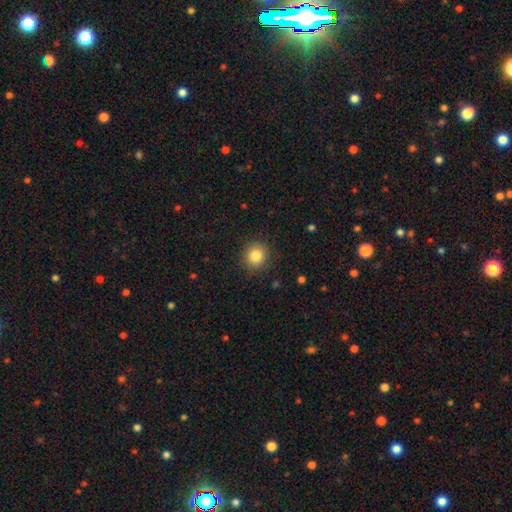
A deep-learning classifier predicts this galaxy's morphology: Smooth or featured?
  - smooth: 84% *
  - star or artifact: 10%
  - featured or disk: 6%
How rounded?
  - round: 87% *
  - in between: 12%
  - cigar-shaped: 1%
Merging?
  - none: 89% *
  - minor disturbance: 8%
  - major disturbance: 2%
  - merger: 1%